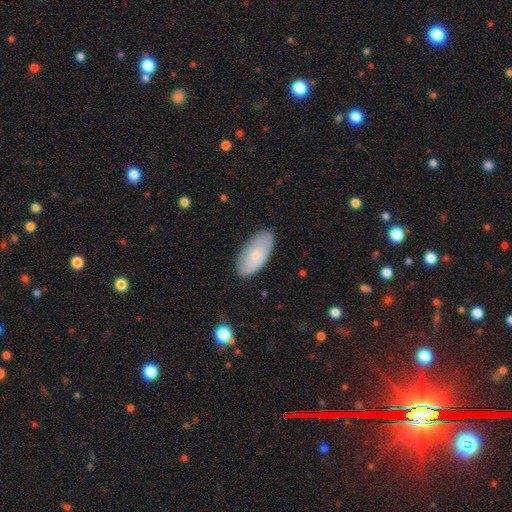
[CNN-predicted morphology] This is likely a smooth galaxy (69%). How rounded: clearly in between (92%). Merging: clearly none (82%).